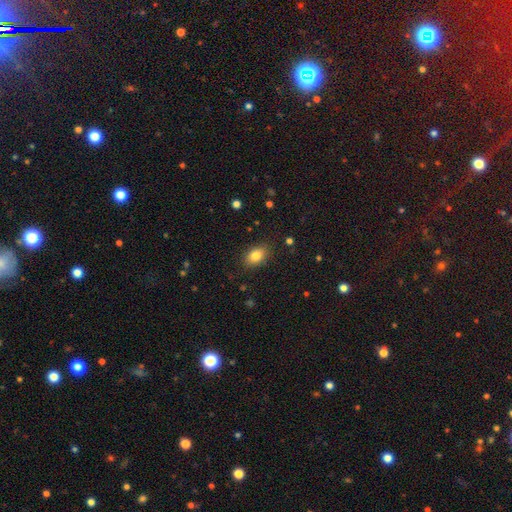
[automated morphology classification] This appears to be a smooth galaxy with no disk features (82%) that is in between round and cigar-shaped (81%). Merging: none (86%).